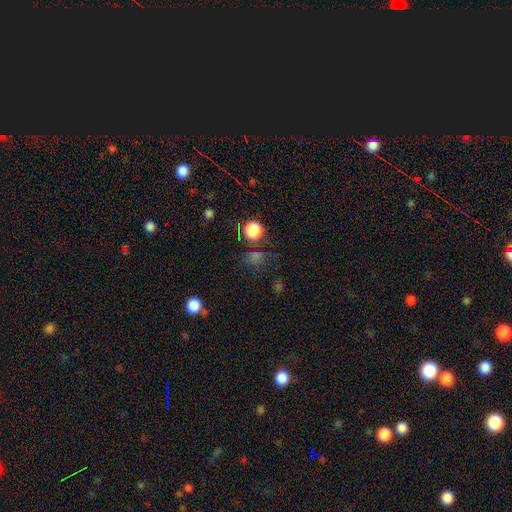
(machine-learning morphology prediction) smooth_or_featured: smooth (p=0.58) [alt: star or artifact p=0.35]
how_rounded: round (p=0.85) [alt: in between p=0.14]
merging: none (p=0.76) [alt: minor disturbance p=0.11]